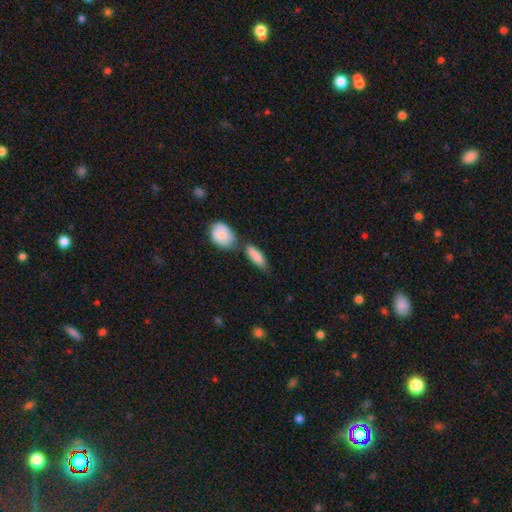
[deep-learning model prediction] This appears to be a smooth galaxy with no disk features (84%) that is in between round and cigar-shaped (61%). Merging: none (53%).